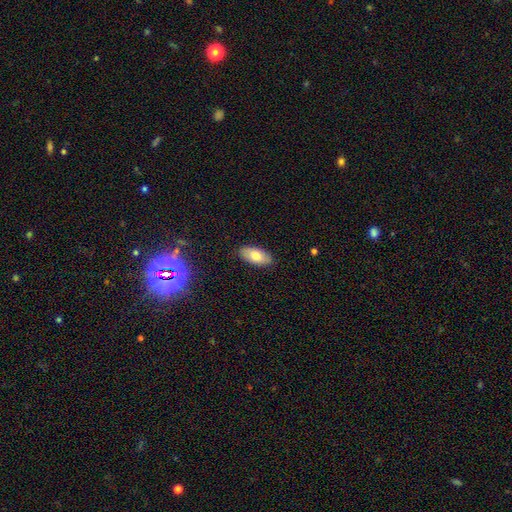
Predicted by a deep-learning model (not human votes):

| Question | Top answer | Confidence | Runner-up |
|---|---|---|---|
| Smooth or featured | smooth | 75% | featured or disk (18%) |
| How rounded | in between | 92% | cigar-shaped (5%) |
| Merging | none | 87% | minor disturbance (10%) |